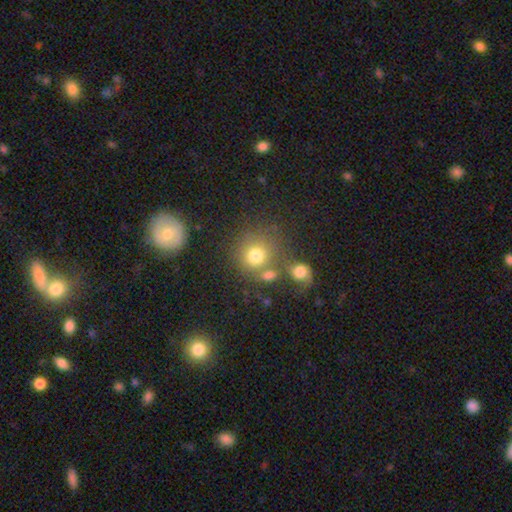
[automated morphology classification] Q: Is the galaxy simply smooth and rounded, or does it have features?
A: smooth — 74%.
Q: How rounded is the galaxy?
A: round — 87%.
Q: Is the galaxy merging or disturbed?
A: none — 57%.